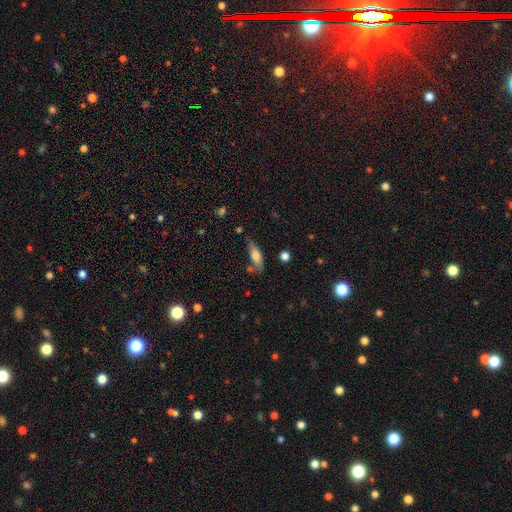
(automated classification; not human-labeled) smooth-or-featured: smooth: 66% | featured or disk: 27% | star or artifact: 7%
  how-rounded: in between: 60% | cigar-shaped: 38% | round: 3%
  merging: none: 68% | minor disturbance: 21% | merger: 7% | major disturbance: 5%